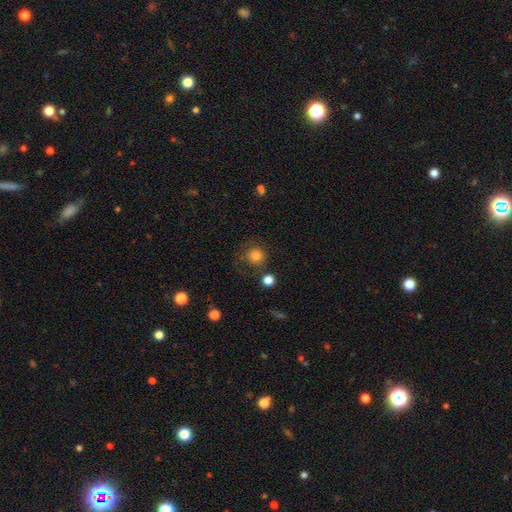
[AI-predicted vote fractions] This appears to be a smooth galaxy with no disk features (82%) that is round (92%). Merging: none (74%).